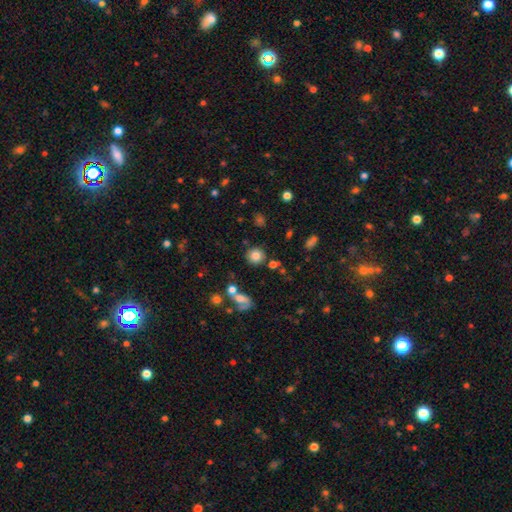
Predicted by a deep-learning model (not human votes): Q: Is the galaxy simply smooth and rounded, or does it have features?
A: smooth — 80%.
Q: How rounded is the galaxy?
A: round — 91%.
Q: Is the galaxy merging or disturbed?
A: none — 81%.